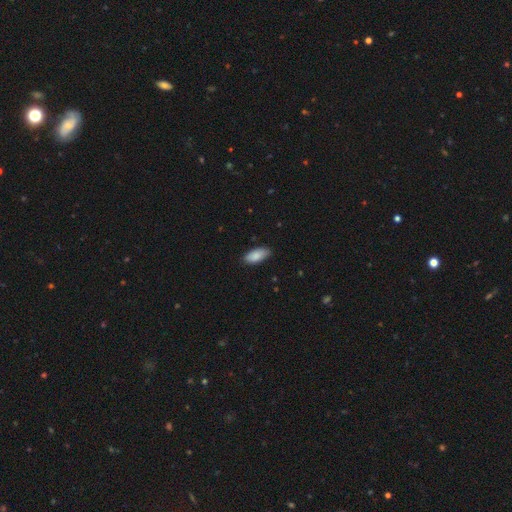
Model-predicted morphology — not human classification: The model was most divided on "merging": none: 83%, minor disturbance: 14%, major disturbance: 2%, merger: 1%. More confident: how rounded — in between (89%); smooth or featured — smooth (87%).